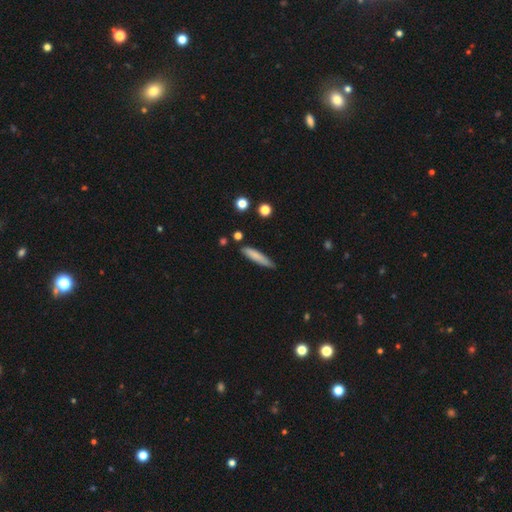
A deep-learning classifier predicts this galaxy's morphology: The model was most divided on "merging": none: 75%, minor disturbance: 19%, major disturbance: 3%, merger: 3%. More confident: how rounded — cigar-shaped (87%); smooth or featured — smooth (79%).